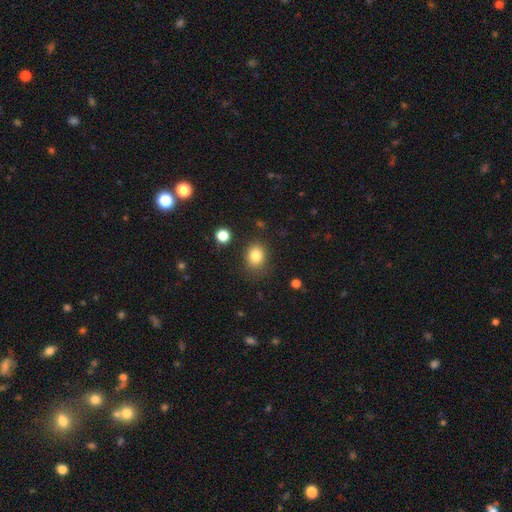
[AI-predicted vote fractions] This is clearly a smooth galaxy (82%). How rounded: possibly round (55%). Merging: clearly none (81%).